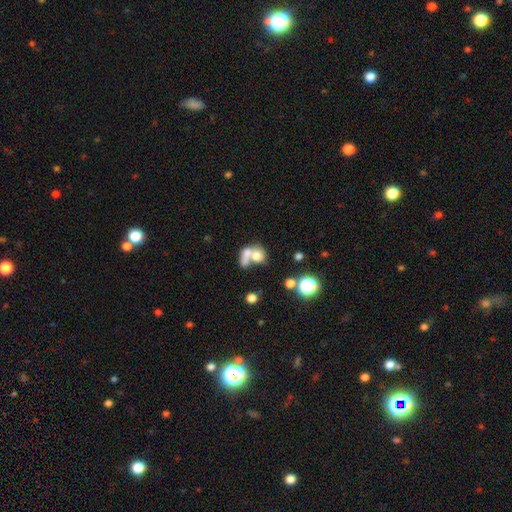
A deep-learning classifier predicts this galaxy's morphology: type=smooth (67%); roundness=round (55%); merging=merger (65%).